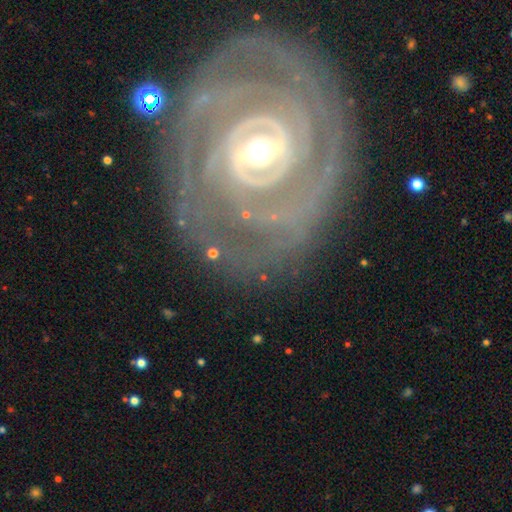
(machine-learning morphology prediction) Q: Smooth or featured?
A: featured or disk (90%); runner-up: star or artifact (5%)
Q: Edge-on disk?
A: no (97%); runner-up: yes (3%)
Q: Bar?
A: weak (35%); runner-up: strong (34%)
Q: Spiral arms?
A: yes (95%); runner-up: no (5%)
Q: Spiral winding?
A: tight (83%); runner-up: medium (14%)
Q: Spiral arm count?
A: 2 (32%); runner-up: can't tell (25%)
Q: Bulge size?
A: moderate (63%); runner-up: small (27%)
Q: Merging?
A: none (78%); runner-up: minor disturbance (14%)